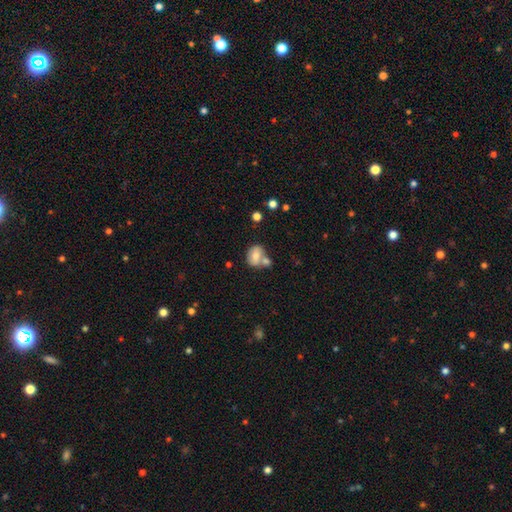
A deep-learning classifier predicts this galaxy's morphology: smooth-or-featured: smooth: 63% | featured or disk: 29% | star or artifact: 8%
  how-rounded: in between: 56% | round: 43% | cigar-shaped: 1%
  merging: merger: 43% | none: 38% | minor disturbance: 14% | major disturbance: 5%